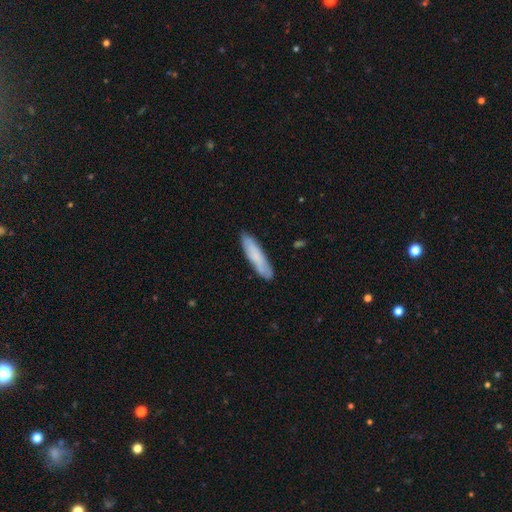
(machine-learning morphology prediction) A smooth galaxy with no disk features (72%) that is cigar-shaped (79%). Merging: none (84%).